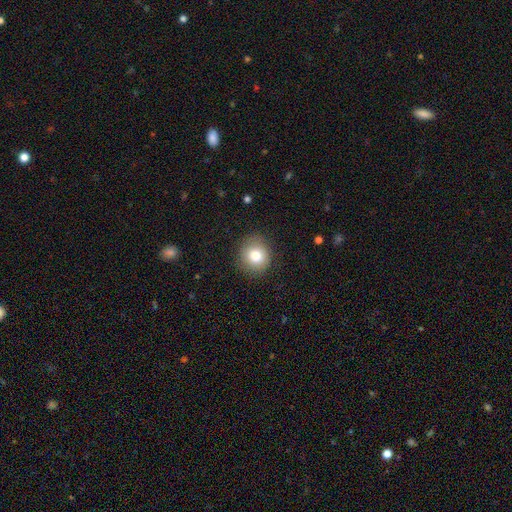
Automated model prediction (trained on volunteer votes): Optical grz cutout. It shows a smooth galaxy with no disk features (82%) that is round (84%). Merging: none (86%).